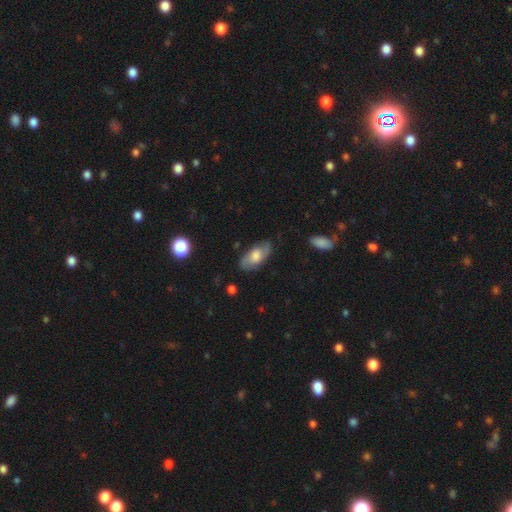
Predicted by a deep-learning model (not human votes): Morphology: type=smooth (49%); merging=none (75%).